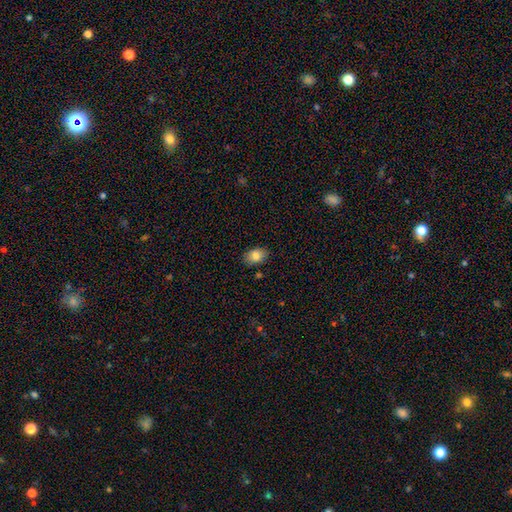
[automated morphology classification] smooth 83%, featured or disk 9%, star or artifact 8%. Down the decision tree: how rounded — in between (81%); merging — none (85%).